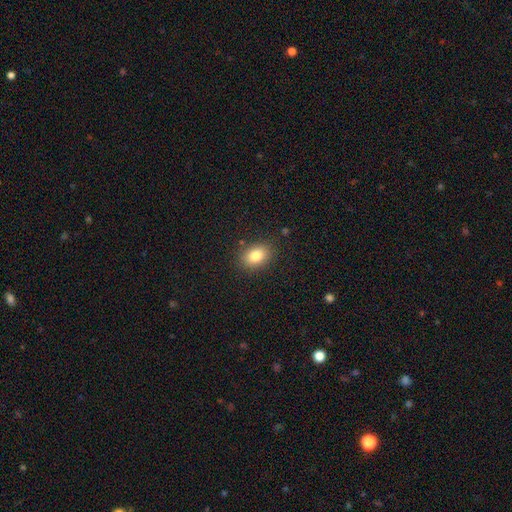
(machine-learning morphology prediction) Smooth or featured: smooth — 82% (star or artifact — 9%)
How rounded: in between — 74% (round — 25%)
Merging: none — 85% (minor disturbance — 11%)